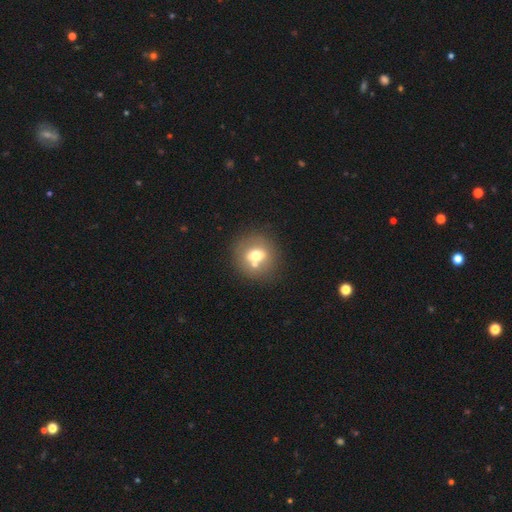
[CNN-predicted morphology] Smooth or featured?
  - smooth: 63% *
  - featured or disk: 27%
  - star or artifact: 11%
How rounded?
  - round: 83% *
  - in between: 16%
  - cigar-shaped: 1%
Merging?
  - none: 62% *
  - merger: 22%
  - minor disturbance: 11%
  - major disturbance: 4%